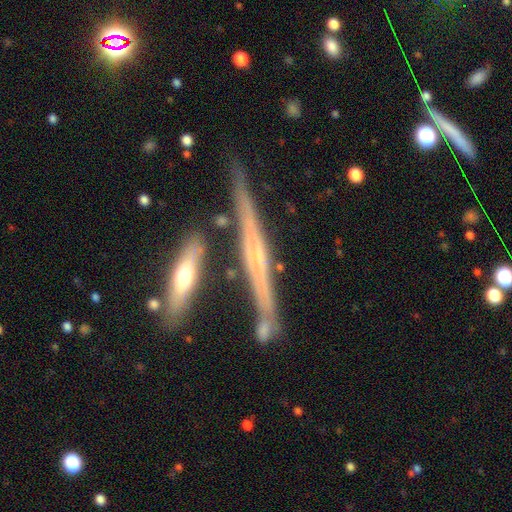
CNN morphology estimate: The model was most divided on "edge-on bulge": rounded: 53%, none: 36%, boxy: 11%. More confident: edge-on disk — yes (95%); smooth or featured — featured or disk (75%); merging — none (72%).